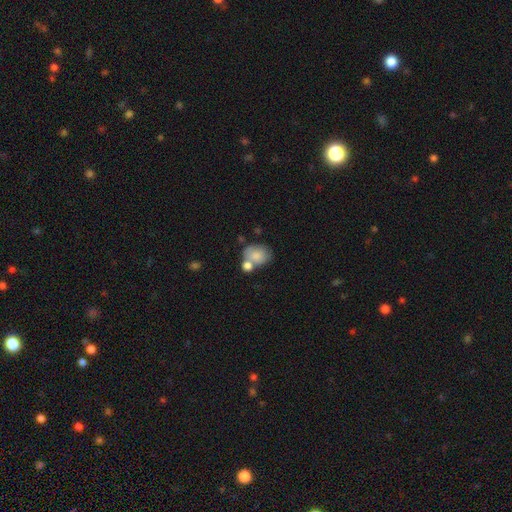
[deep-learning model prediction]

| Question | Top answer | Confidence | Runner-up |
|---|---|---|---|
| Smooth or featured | smooth | 76% | featured or disk (16%) |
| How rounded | in between | 54% | round (45%) |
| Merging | merger | 37% | tied: none (37%) |